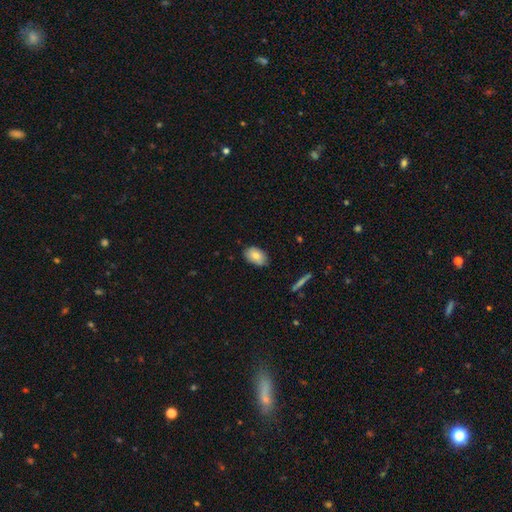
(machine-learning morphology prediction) Smooth or featured? smooth (81%)
How rounded? in between (90%)
Merging? none (81%)